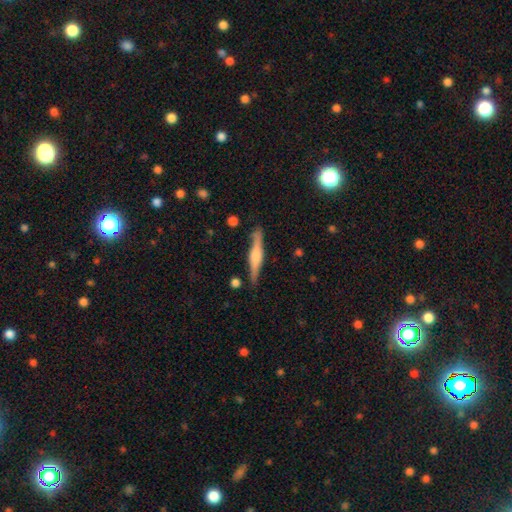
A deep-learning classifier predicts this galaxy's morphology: Smooth or featured?
  - featured or disk: 65% *
  - smooth: 30%
  - star or artifact: 6%
Edge-on disk?
  - yes: 97% *
  - no: 3%
Edge-on bulge?
  - rounded: 69% *
  - boxy: 23%
  - none: 8%
Merging?
  - none: 85% *
  - minor disturbance: 11%
  - major disturbance: 2%
  - merger: 2%